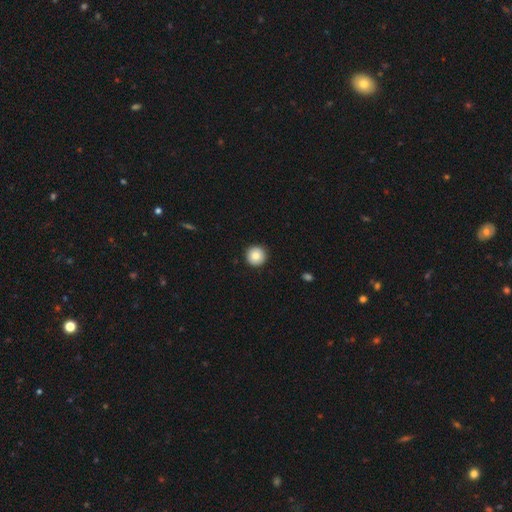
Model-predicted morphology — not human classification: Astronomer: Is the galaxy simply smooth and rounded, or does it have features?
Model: smooth — 84%.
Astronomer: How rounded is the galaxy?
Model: round — 96%.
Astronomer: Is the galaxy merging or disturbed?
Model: none — 93%.